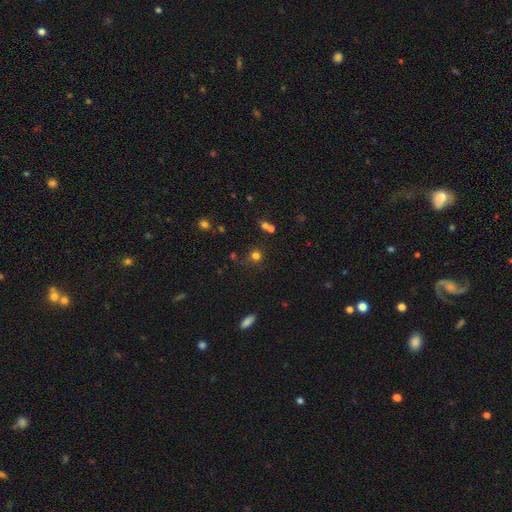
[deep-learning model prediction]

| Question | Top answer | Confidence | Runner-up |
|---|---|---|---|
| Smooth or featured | smooth | 72% | star or artifact (21%) |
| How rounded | round | 89% | in between (10%) |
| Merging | none | 74% | minor disturbance (12%) |